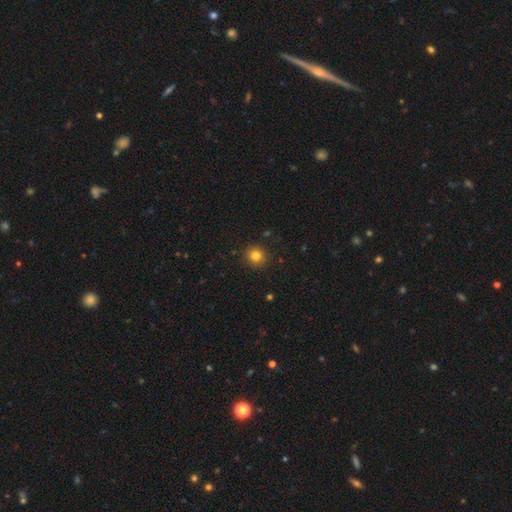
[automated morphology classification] smooth 81%, star or artifact 12%, featured or disk 6%. Down the decision tree: how rounded — round (91%); merging — none (91%).